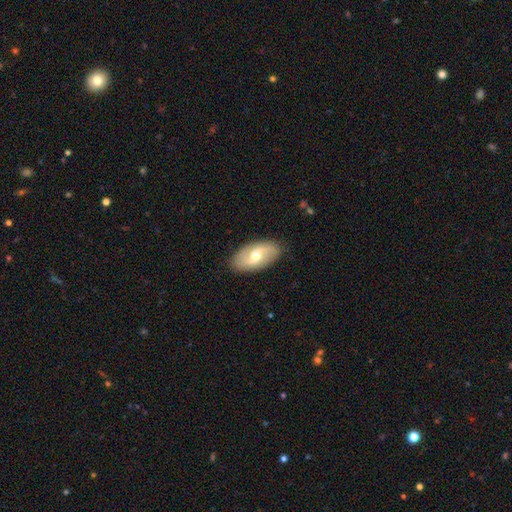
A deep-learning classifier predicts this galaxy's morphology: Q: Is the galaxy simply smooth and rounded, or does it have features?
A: featured or disk — 61%.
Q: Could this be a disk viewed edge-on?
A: no — 92%.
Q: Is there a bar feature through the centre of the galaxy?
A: weak — 49%.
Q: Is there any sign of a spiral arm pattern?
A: yes — 76%.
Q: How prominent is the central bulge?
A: moderate — 69%.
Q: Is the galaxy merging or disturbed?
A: none — 87%.